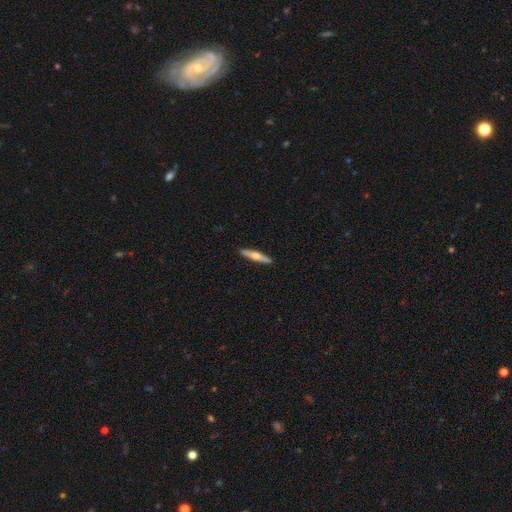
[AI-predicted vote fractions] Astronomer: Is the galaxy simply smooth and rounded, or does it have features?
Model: featured or disk — 51% (runner-up: smooth, 44%).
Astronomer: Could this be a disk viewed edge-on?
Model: yes — 95%.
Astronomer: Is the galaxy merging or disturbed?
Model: none — 91%.